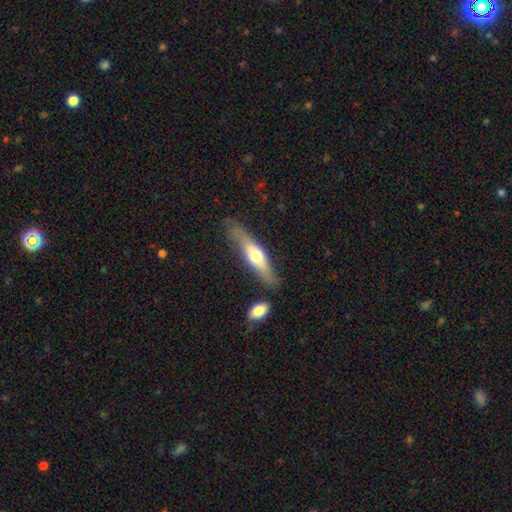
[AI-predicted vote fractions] smooth-or-featured: featured or disk: 51% | smooth: 44% | star or artifact: 5%
  disk-edge-on: yes: 86% | no: 14%
  merging: none: 68% | minor disturbance: 20% | merger: 6% | major disturbance: 6%